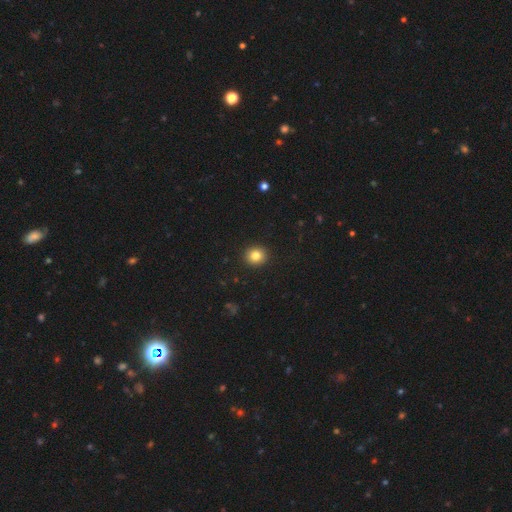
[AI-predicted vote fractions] smooth 83%, star or artifact 11%, featured or disk 7%. Down the decision tree: how rounded — round (85%); merging — none (92%).